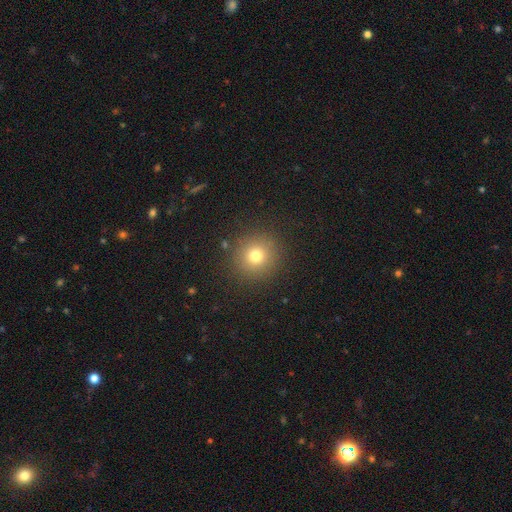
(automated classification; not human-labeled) Smooth or featured? Predicted: smooth (p=0.75). How rounded? Predicted: round (p=0.92). Merging? Predicted: none (p=0.89).